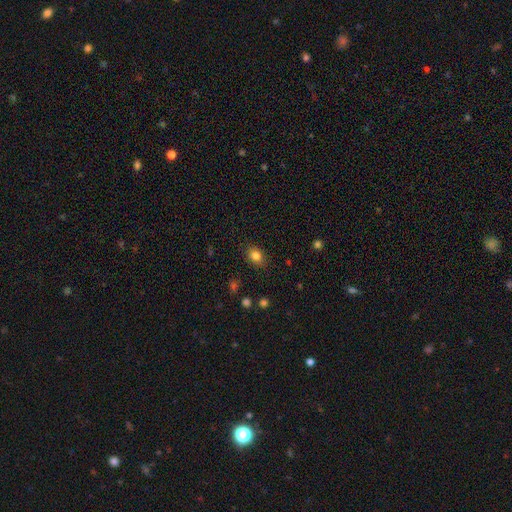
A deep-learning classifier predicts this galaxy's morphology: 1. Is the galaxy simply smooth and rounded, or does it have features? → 83% smooth, 10% star or artifact, 7% featured or disk.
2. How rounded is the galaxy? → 68% in between, 31% round, 1% cigar-shaped.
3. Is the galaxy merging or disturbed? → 85% none, 11% minor disturbance, 3% major disturbance, 1% merger.